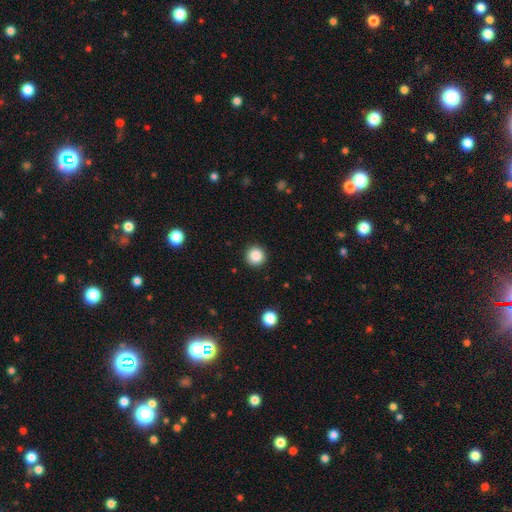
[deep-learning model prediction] Smooth or featured? smooth (86%)
How rounded? round (96%)
Merging? none (92%)